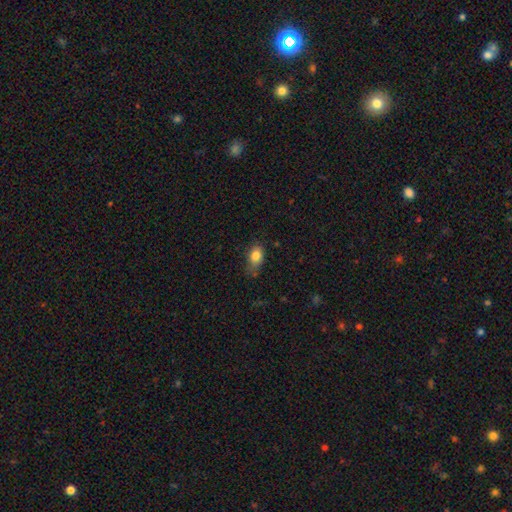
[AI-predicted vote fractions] Overall: smooth (83%). How rounded: in between (82%). Merging: none (61%; minor disturbance 30%).